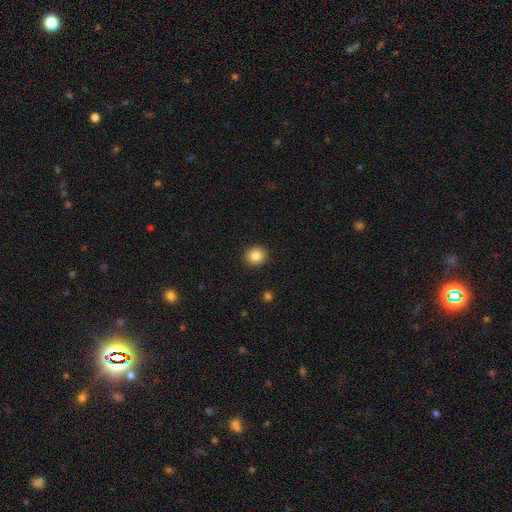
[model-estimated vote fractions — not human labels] A smooth galaxy with no disk features (84%) that is round (82%). Merging: none (92%).